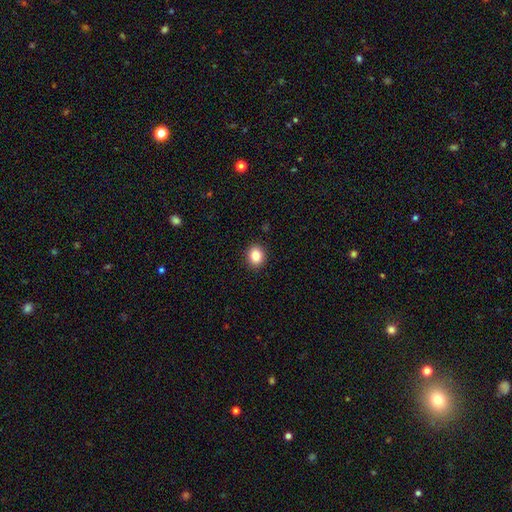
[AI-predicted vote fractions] Smooth or featured? smooth (85%)
How rounded? round (61%)
Merging? none (91%)